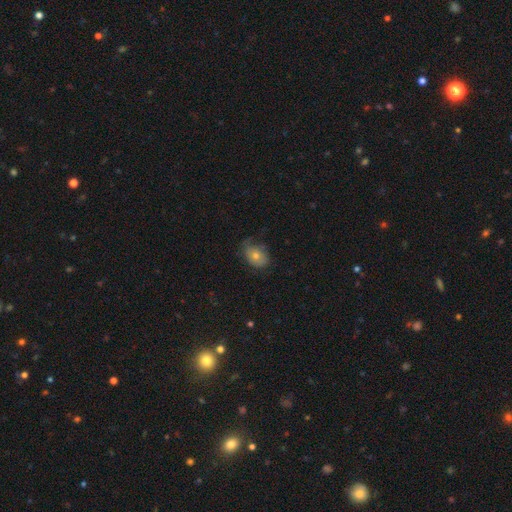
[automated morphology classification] Smooth or featured? smooth (57%)
How rounded? in between (60%)
Merging? none (61%)